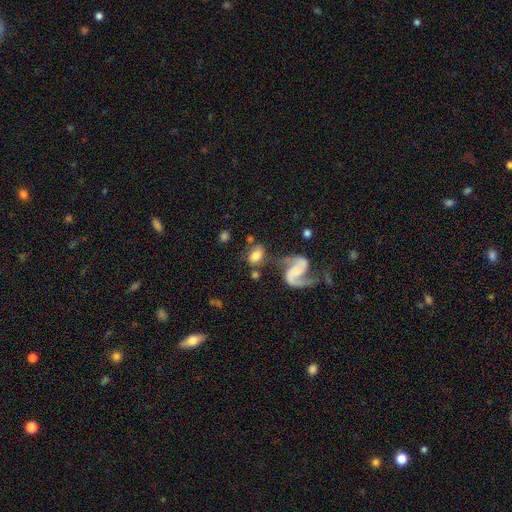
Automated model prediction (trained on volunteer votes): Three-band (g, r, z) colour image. It shows a smooth galaxy with no disk features (54%) that is in between round and cigar-shaped (77%). Merging: none (50%).